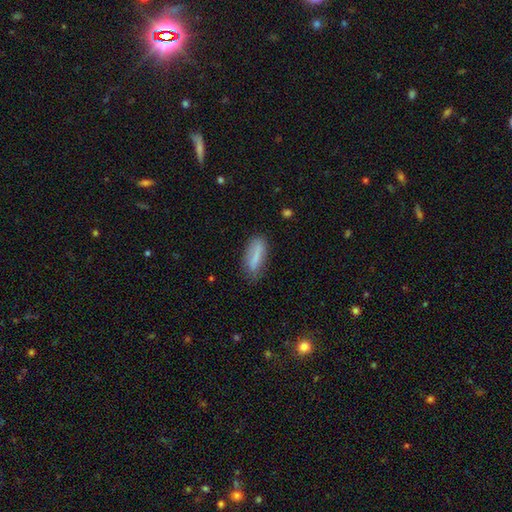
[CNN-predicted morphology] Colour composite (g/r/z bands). It shows a smooth galaxy with no disk features (69%) that is cigar-shaped (49%). Merging: none (71%).